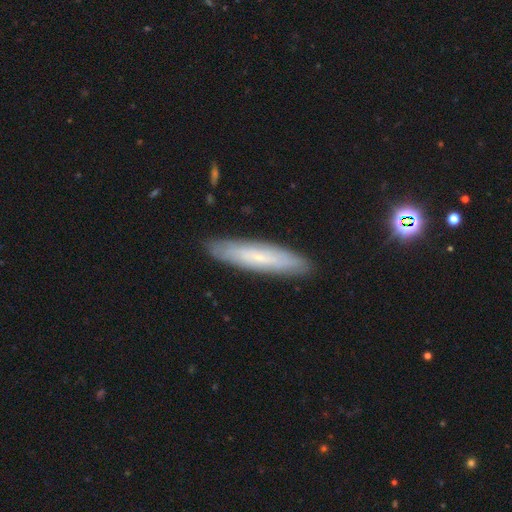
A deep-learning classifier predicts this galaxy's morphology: The model was most divided on "smooth or featured": smooth: 52%, featured or disk: 40%, star or artifact: 8%. More confident: merging — none (89%); how rounded — cigar-shaped (84%).